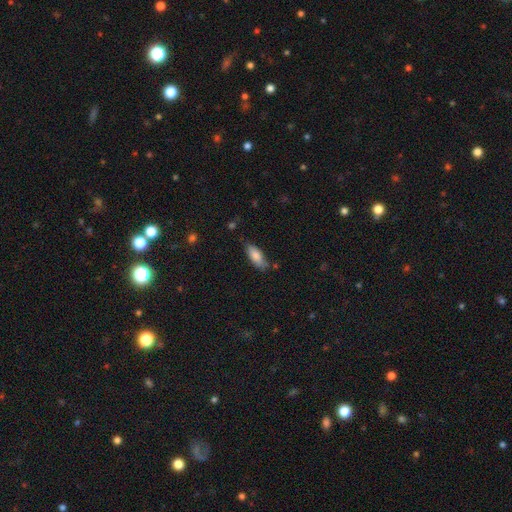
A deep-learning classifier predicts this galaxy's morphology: This is clearly a smooth galaxy (81%). How rounded: likely in between (76%). Merging: likely none (72%).